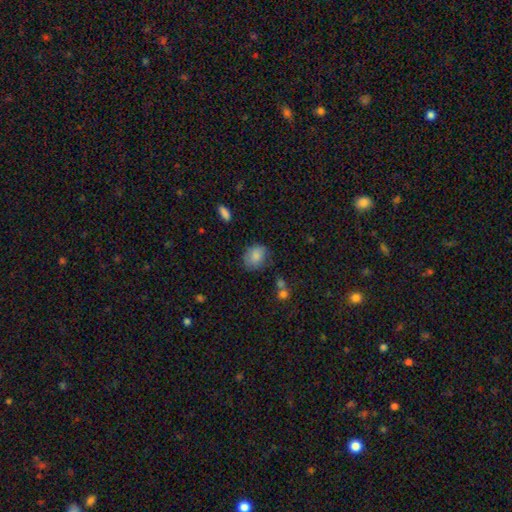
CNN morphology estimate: A smooth galaxy with no disk features (82%) that is round (58%). Merging: none (69%).